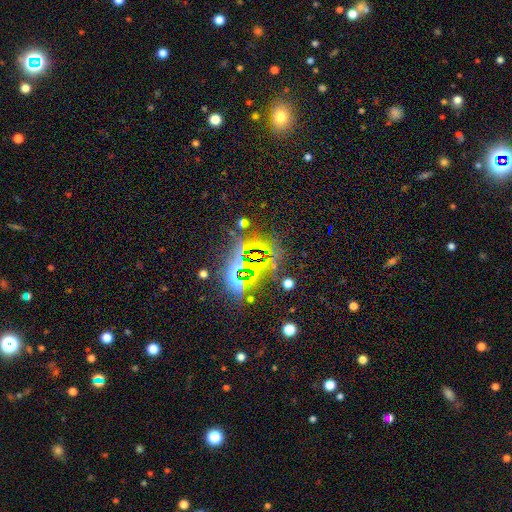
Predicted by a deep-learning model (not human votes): Smooth or featured? star or artifact (81%)